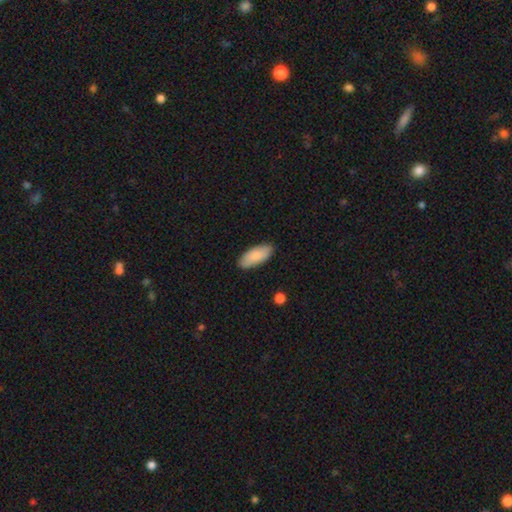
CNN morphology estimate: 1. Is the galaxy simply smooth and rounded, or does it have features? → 86% smooth, 8% featured or disk, 5% star or artifact.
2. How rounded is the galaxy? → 85% in between, 13% cigar-shaped, 2% round.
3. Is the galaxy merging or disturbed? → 88% none, 9% minor disturbance, 2% major disturbance, 1% merger.